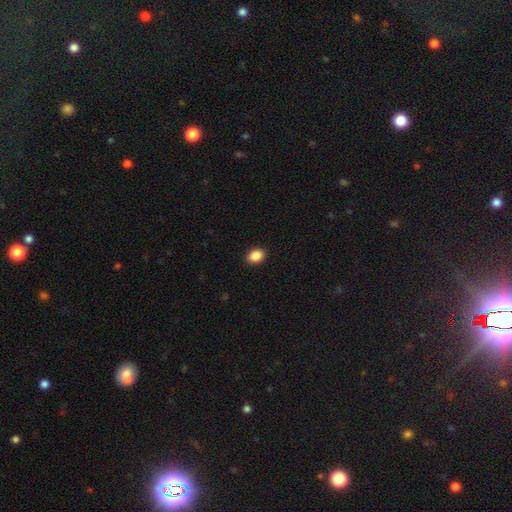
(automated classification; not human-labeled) Smooth or featured?
  - smooth: 88% *
  - star or artifact: 9%
  - featured or disk: 3%
How rounded?
  - in between: 60% *
  - round: 39%
  - cigar-shaped: 1%
Merging?
  - none: 91% *
  - minor disturbance: 6%
  - major disturbance: 2%
  - merger: 1%